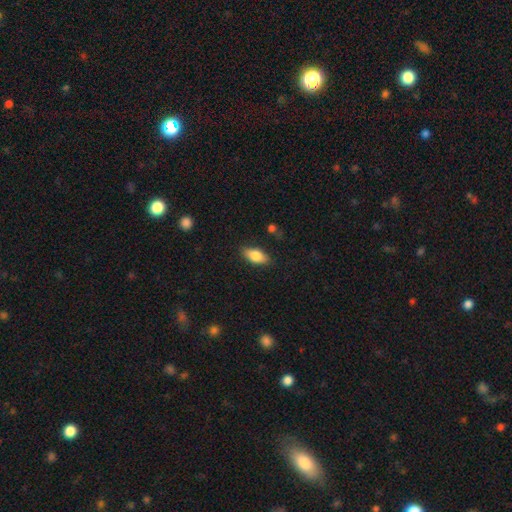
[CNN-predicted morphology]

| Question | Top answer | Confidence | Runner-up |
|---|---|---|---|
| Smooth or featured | smooth | 78% | featured or disk (15%) |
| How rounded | in between | 86% | cigar-shaped (11%) |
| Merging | none | 84% | minor disturbance (12%) |